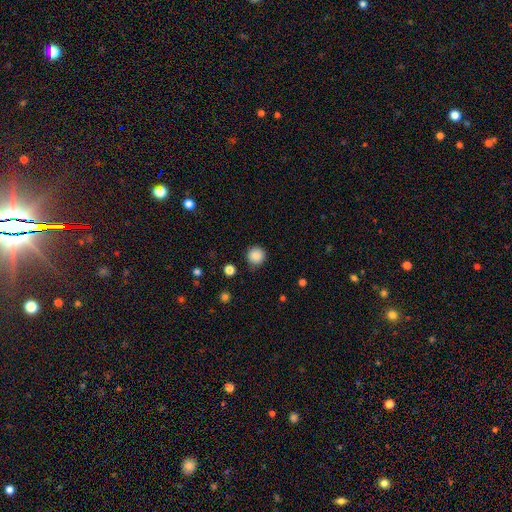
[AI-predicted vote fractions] A smooth galaxy with no disk features (87%) that is round (94%). Merging: none (85%).